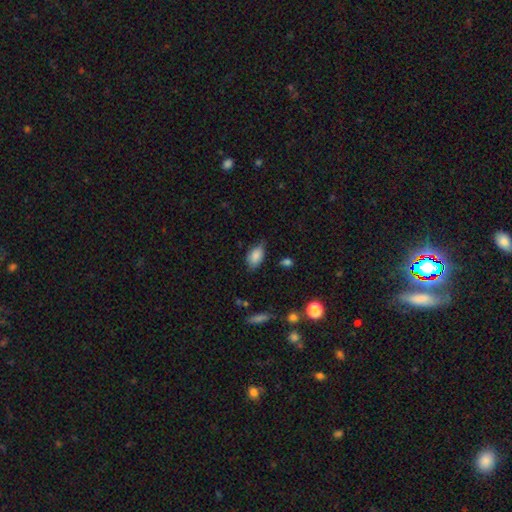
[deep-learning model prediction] Q: Smooth or featured?
A: smooth (85%); runner-up: star or artifact (7%)
Q: How rounded?
A: in between (92%); runner-up: round (6%)
Q: Merging?
A: none (68%); runner-up: minor disturbance (25%)